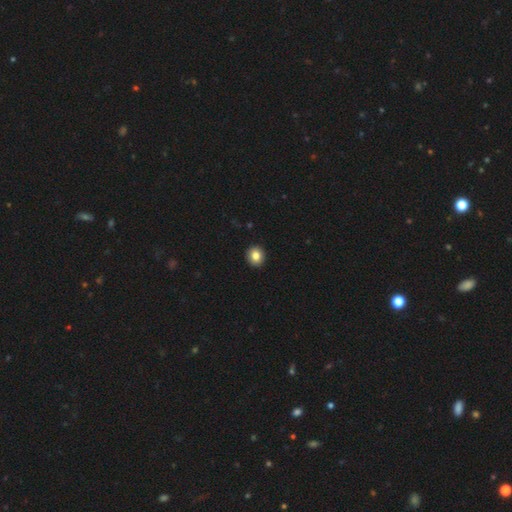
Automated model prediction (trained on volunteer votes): This is clearly a smooth galaxy (83%). How rounded: clearly round (87%). Merging: clearly none (93%).